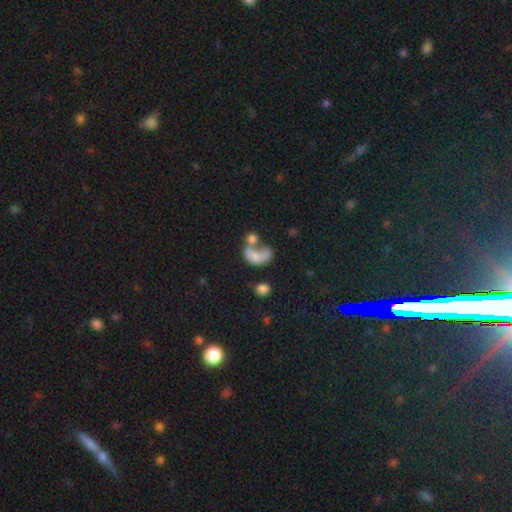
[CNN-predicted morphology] A smooth galaxy with no disk features (59%) that is in between round and cigar-shaped (79%).

Vote fractions:
- Smooth or featured? smooth: 59% / featured or disk: 29% / star or artifact: 11%
- How rounded? in between: 79% / round: 19% / cigar-shaped: 2%
- Merging? merger: 52% / major disturbance: 24% / none: 14% / minor disturbance: 9%